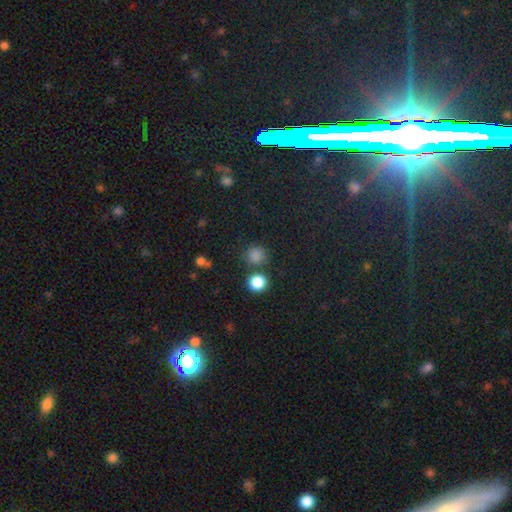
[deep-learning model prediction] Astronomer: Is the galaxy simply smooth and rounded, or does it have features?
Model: smooth — 78%.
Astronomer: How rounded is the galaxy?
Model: round — 88%.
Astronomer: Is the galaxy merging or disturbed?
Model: none — 75%.